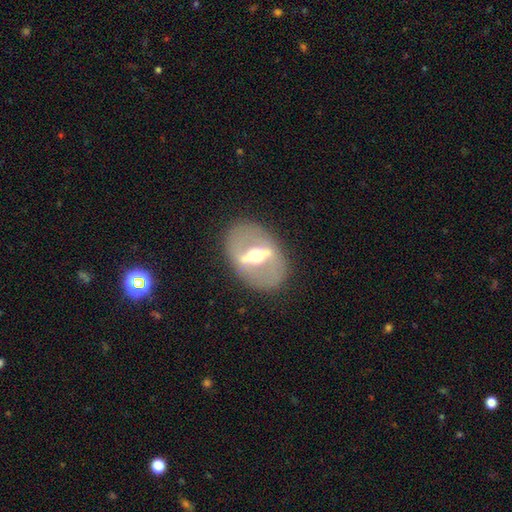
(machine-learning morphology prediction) featured or disk 77%, smooth 16%, star or artifact 7%. Down the decision tree: edge-on disk — no (79%); bar — strong (77%); spiral arms — no (82%); bulge size — moderate (70%); merging — none (83%).